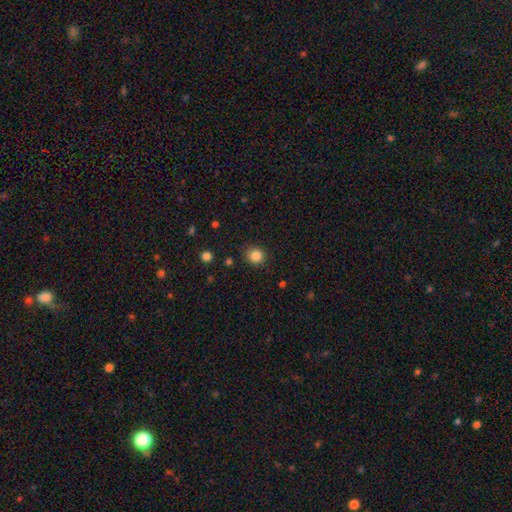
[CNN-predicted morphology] Smooth or featured? smooth (84%)
How rounded? round (87%)
Merging? none (88%)